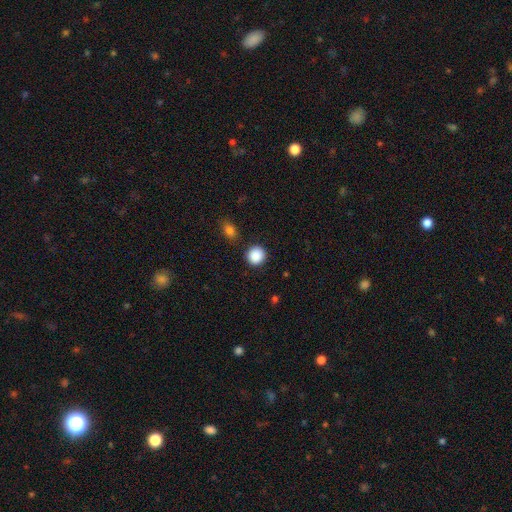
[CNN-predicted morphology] Q: Smooth or featured?
A: smooth (89%); runner-up: star or artifact (8%)
Q: How rounded?
A: round (92%); runner-up: in between (7%)
Q: Merging?
A: none (88%); runner-up: minor disturbance (7%)